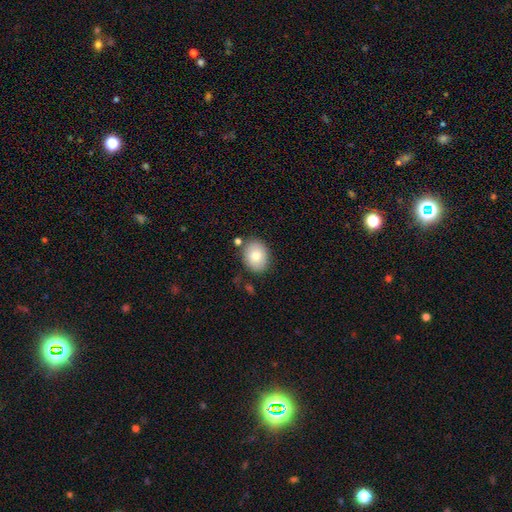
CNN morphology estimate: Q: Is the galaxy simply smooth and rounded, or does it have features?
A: smooth — 79%.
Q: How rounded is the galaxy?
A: in between — 57%.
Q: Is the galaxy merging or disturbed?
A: none — 81%.